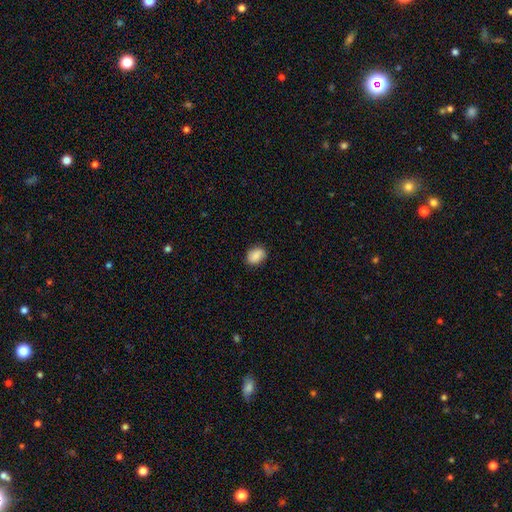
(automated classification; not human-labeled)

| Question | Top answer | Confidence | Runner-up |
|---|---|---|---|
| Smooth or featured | smooth | 88% | star or artifact (7%) |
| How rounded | in between | 70% | round (29%) |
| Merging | none | 84% | minor disturbance (12%) |